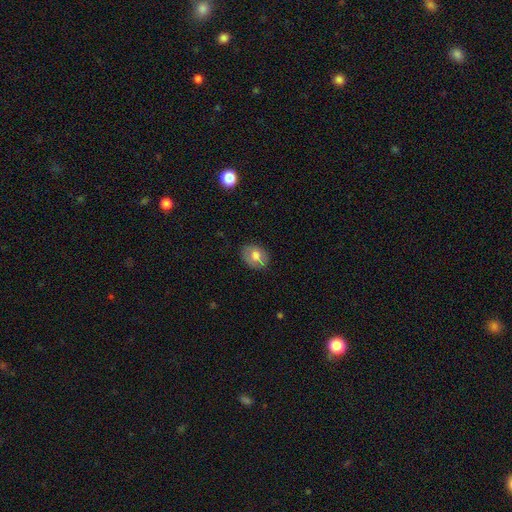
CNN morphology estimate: A smooth galaxy with no disk features (68%) that is in between round and cigar-shaped (64%). Merging: none (78%).